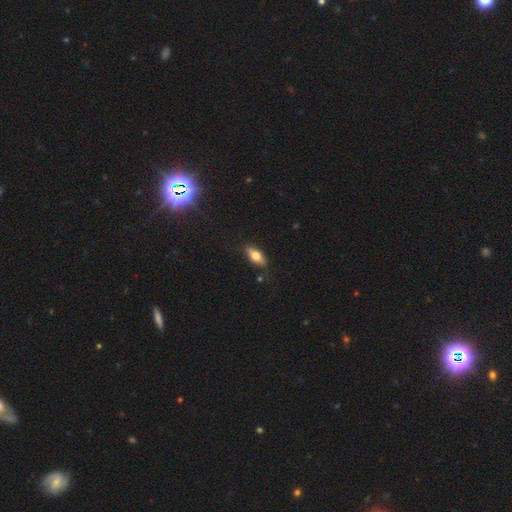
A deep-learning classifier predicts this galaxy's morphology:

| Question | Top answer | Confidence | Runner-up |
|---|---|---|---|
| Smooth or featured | smooth | 66% | featured or disk (27%) |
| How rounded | in between | 76% | cigar-shaped (21%) |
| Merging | none | 78% | minor disturbance (17%) |